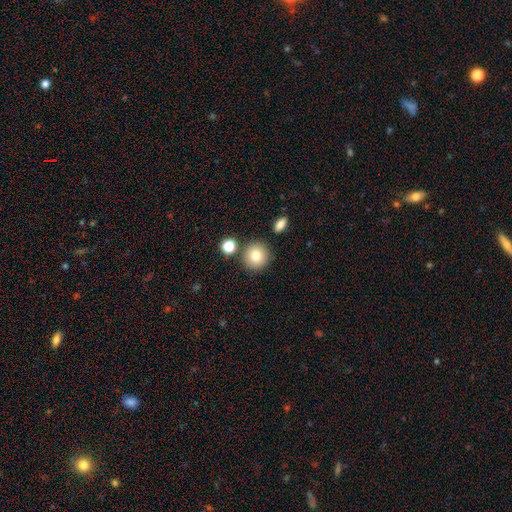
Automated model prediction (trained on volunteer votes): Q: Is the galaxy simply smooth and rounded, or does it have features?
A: smooth — 80%.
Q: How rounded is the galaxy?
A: round — 92%.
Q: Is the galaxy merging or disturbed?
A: none — 82%.